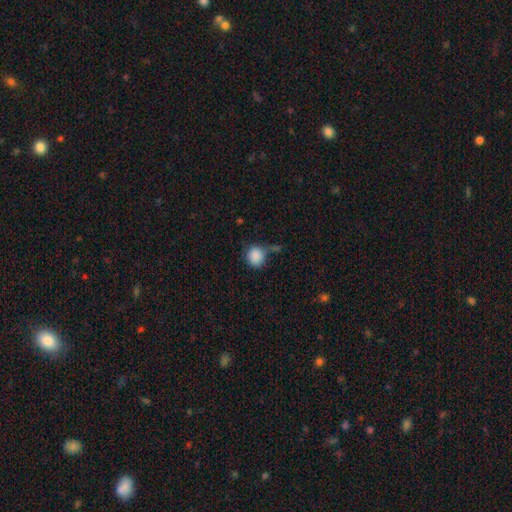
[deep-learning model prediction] A smooth galaxy with no disk features (87%) that is round (82%).

Vote fractions:
- Smooth or featured? smooth: 87% / star or artifact: 8% / featured or disk: 4%
- How rounded? round: 82% / in between: 17% / cigar-shaped: 1%
- Merging? none: 51% / minor disturbance: 24% / merger: 14% / major disturbance: 11%